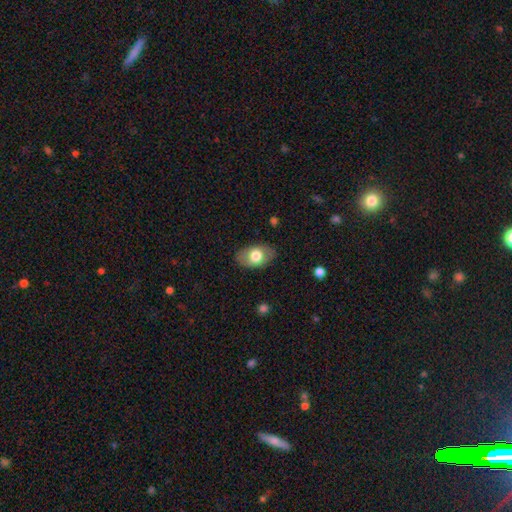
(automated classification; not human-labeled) Smooth or featured? smooth (71%)
How rounded? in between (89%)
Merging? none (84%)